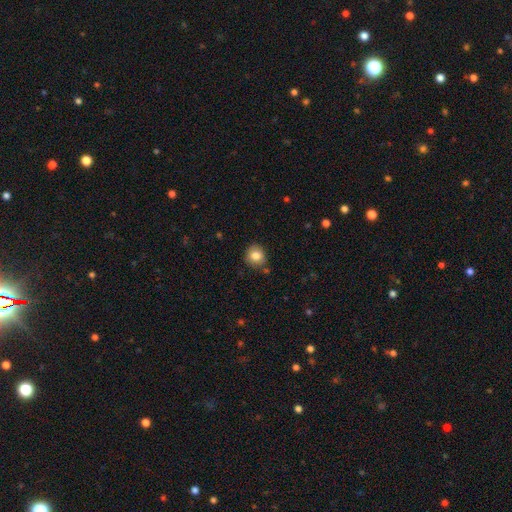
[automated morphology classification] Smooth or featured: smooth — 83% (star or artifact — 9%)
How rounded: round — 85% (in between — 15%)
Merging: none — 81% (minor disturbance — 13%)